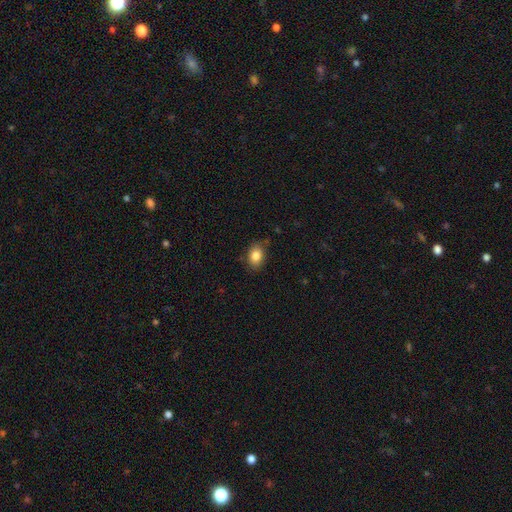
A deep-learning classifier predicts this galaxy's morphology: type=smooth (85%); roundness=in between (73%); merging=none (80%).